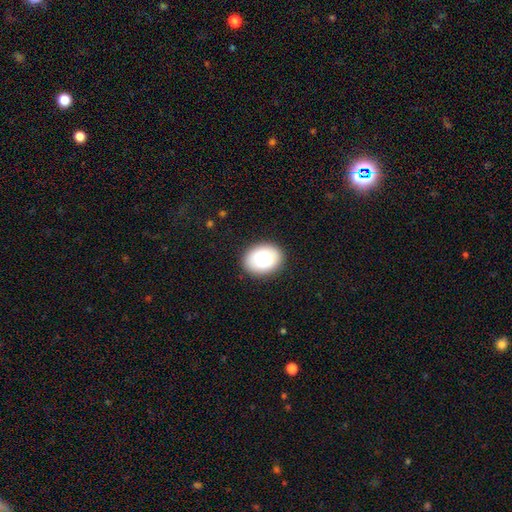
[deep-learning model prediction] Overall: smooth (79%). How rounded: in between (68%; round 31%). Merging: none (88%).